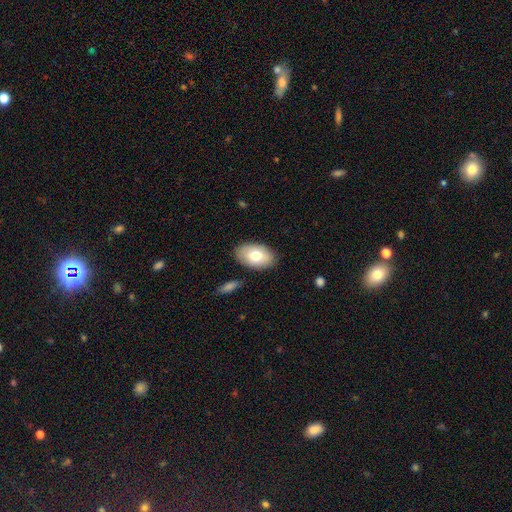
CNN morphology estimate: A smooth galaxy with no disk features (73%) that is in between round and cigar-shaped (92%). Merging: none (85%).